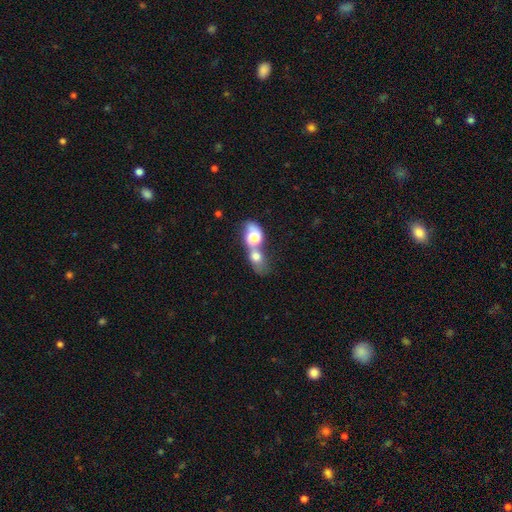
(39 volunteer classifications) Smooth or featured? smooth (54%)
How rounded? in between (67%)
Merging? merger (87%)